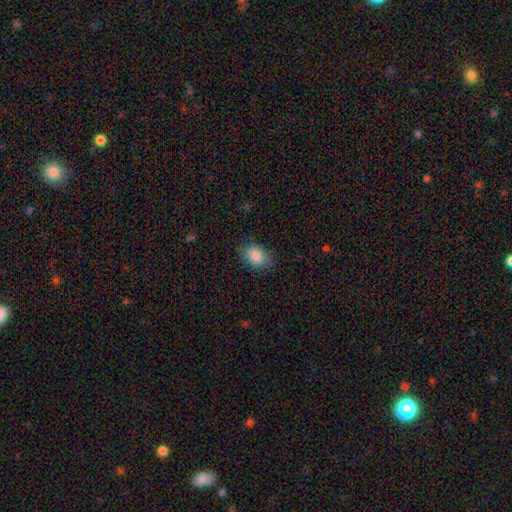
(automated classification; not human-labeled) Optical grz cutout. It shows a smooth galaxy with no disk features (86%) that is in between round and cigar-shaped (77%). Merging: none (80%).